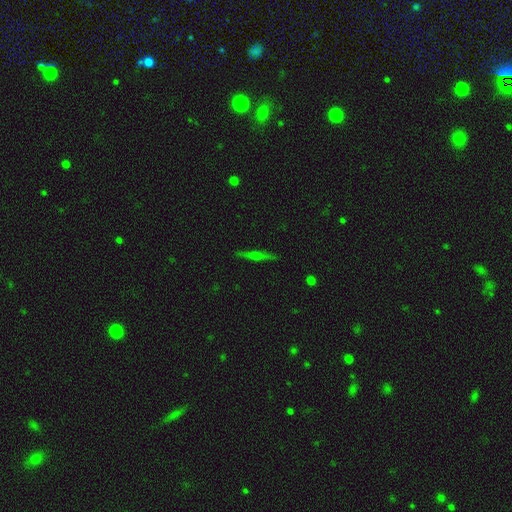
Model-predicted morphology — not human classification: A featured or disk galaxy (63%) viewed edge-on (97%) with a rounded central bulge (71%).

Vote fractions:
- Smooth or featured? featured or disk: 63% / smooth: 26% / star or artifact: 11%
- Edge-on disk? yes: 97% / no: 3%
- Edge-on bulge? rounded: 71% / none: 16% / boxy: 13%
- Merging? none: 90% / minor disturbance: 7% / major disturbance: 2% / merger: 1%